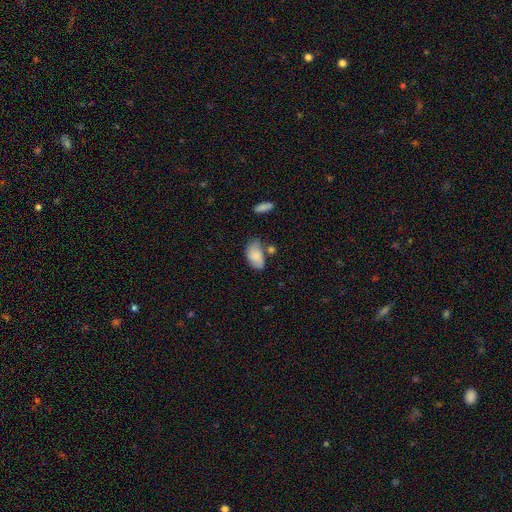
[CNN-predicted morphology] smooth 79%, featured or disk 14%, star or artifact 7%. Down the decision tree: how rounded — in between (92%); merging — none (48%).